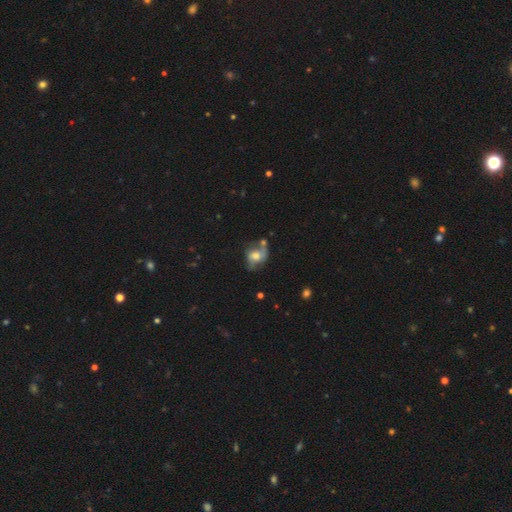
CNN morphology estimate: Smooth or featured: smooth — 49% (featured or disk — 41%)
Merging: none — 42% (minor disturbance — 27%)